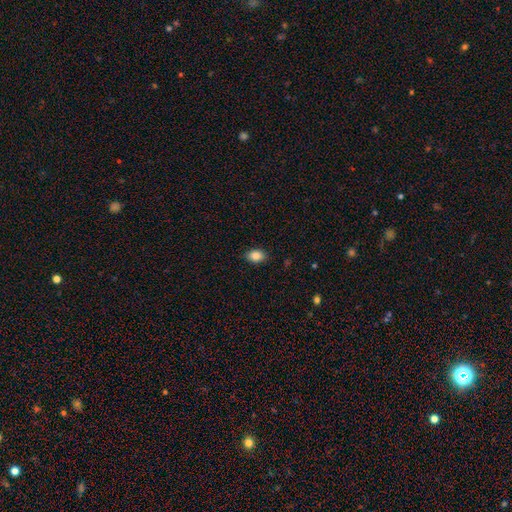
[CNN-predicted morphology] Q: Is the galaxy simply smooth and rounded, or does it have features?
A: smooth — 86%.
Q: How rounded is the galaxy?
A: in between — 82%.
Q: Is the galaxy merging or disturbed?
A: none — 87%.